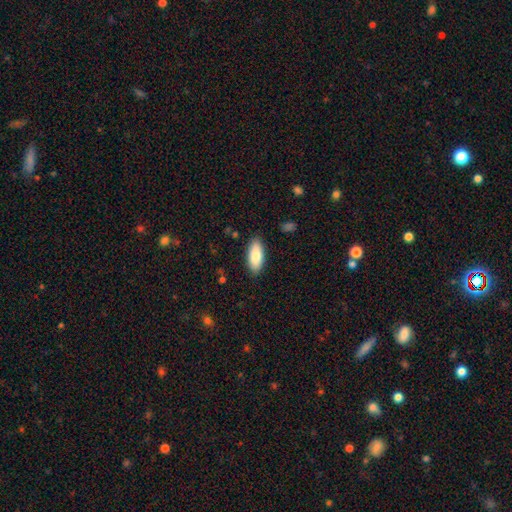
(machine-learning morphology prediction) smooth_or_featured: smooth (p=0.83) [alt: featured or disk p=0.11]
how_rounded: in between (p=0.84) [alt: cigar-shaped p=0.14]
merging: none (p=0.88) [alt: minor disturbance p=0.09]